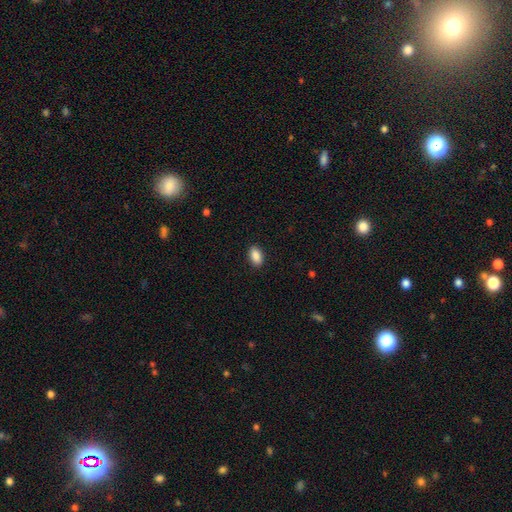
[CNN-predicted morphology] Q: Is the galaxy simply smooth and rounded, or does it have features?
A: smooth — 89%.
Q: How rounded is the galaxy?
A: in between — 91%.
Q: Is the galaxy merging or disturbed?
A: none — 89%.